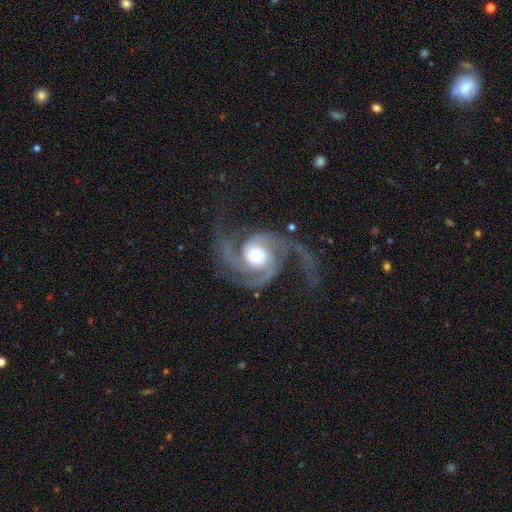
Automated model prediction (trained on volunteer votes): The model was most divided on "spiral arm count": 2: 46%, 3: 38%, can't tell: 5%, 4: 4%, 1: 4%, more than 4: 3%. More confident: spiral arms — yes (99%); edge-on disk — no (98%); smooth or featured — featured or disk (93%); bar — no (66%); bulge size — moderate (62%); merging — none (62%); spiral winding — medium (53%).